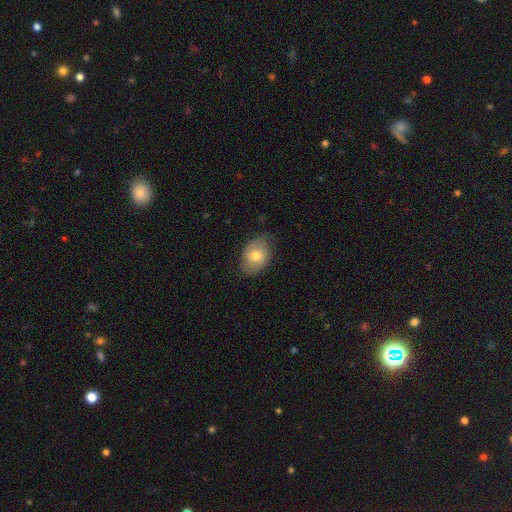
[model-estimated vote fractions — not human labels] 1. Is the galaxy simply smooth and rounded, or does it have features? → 69% smooth, 23% featured or disk, 7% star or artifact.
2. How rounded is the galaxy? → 75% in between, 24% round, 1% cigar-shaped.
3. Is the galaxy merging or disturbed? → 73% none, 21% minor disturbance, 5% major disturbance, 1% merger.